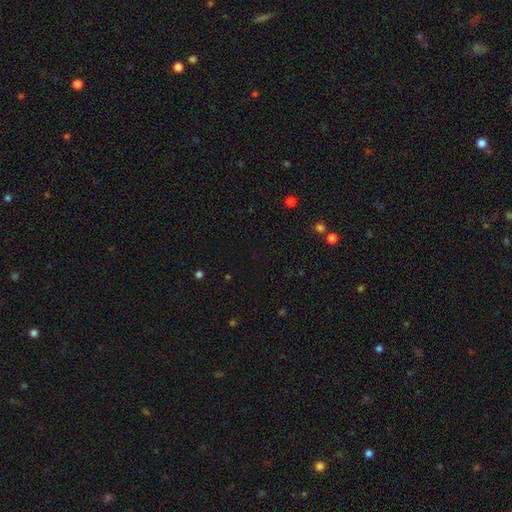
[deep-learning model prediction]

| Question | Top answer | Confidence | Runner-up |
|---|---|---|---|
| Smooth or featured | star or artifact | 63% | smooth (30%) |